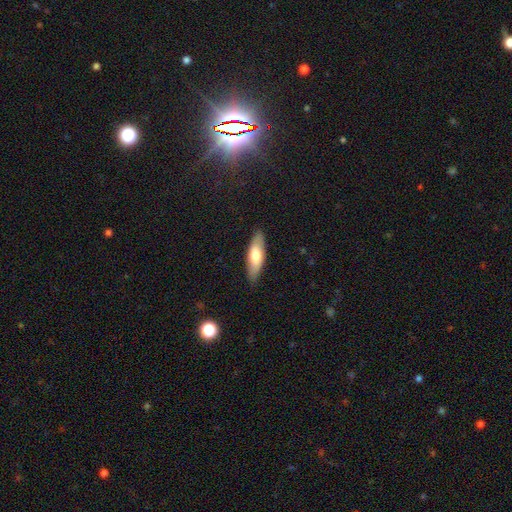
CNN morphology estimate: This is likely a smooth galaxy (68%). How rounded: possibly in between (53%). Merging: clearly none (85%).